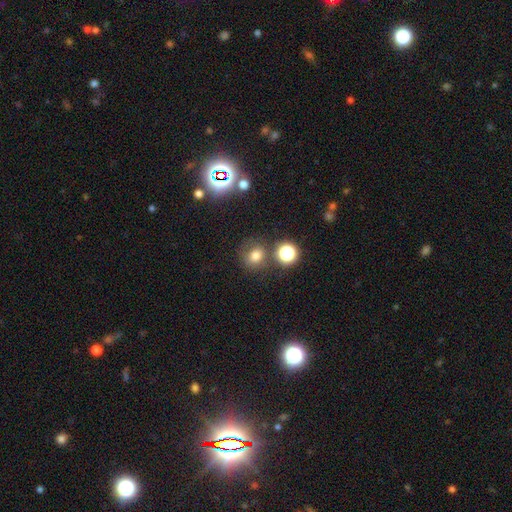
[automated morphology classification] Overall: smooth (73%). How rounded: round (79%). Merging: none (70%).